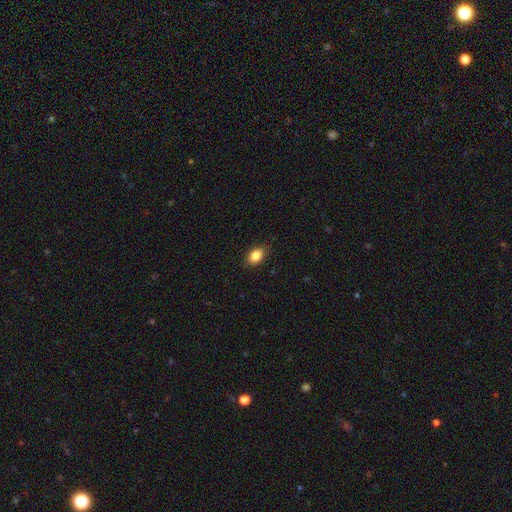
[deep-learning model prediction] Overall: smooth (86%). How rounded: in between (82%). Merging: none (84%).